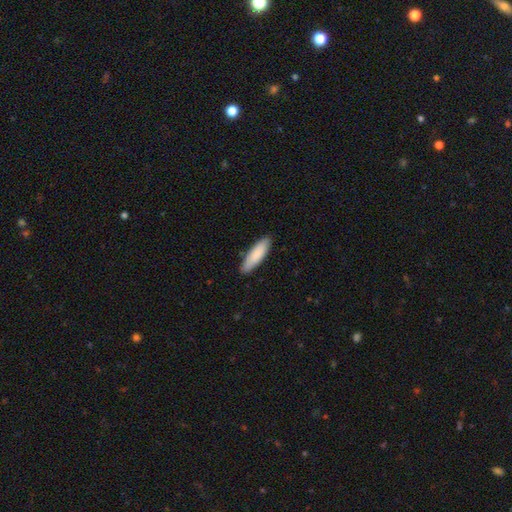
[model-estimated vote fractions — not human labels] Morphology: type=smooth (85%); roundness=cigar-shaped (56%); merging=none (84%).